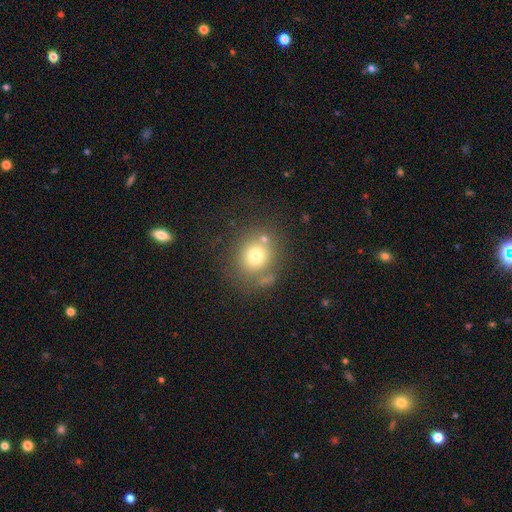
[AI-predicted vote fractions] smooth 73%, star or artifact 14%, featured or disk 13%. Down the decision tree: how rounded — round (74%); merging — none (69%).